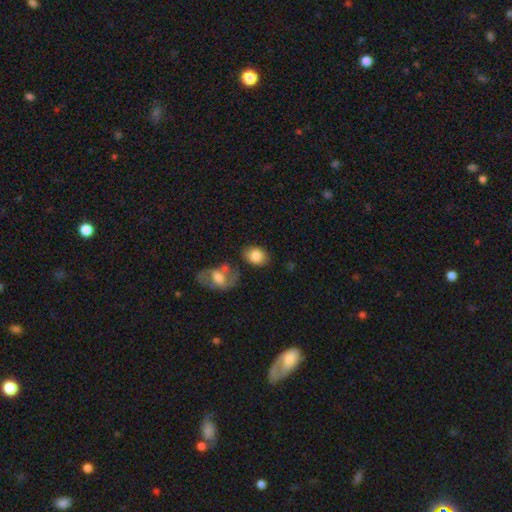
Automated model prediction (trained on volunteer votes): Morphology: type=smooth (83%); roundness=in between (63%); merging=none (66%).